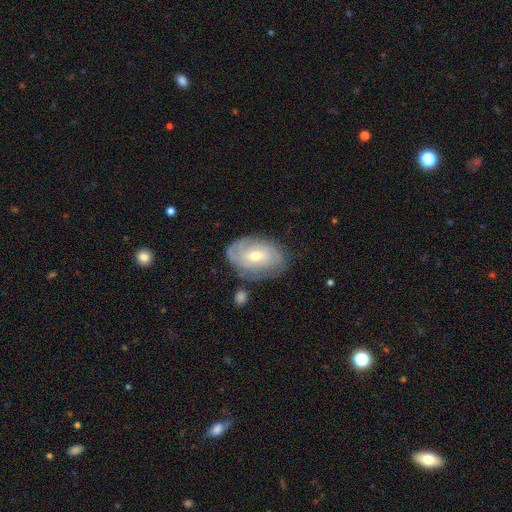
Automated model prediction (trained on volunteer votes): smooth-or-featured: featured or disk: 74% | smooth: 20% | star or artifact: 6%
  disk-edge-on: no: 95% | yes: 5%
    bar: weak: 48% | no: 40% | strong: 12%
    has-spiral-arms: yes: 86% | no: 14%
      spiral-winding: tight: 69% | medium: 24% | loose: 8%
      spiral-arm-count: can't tell: 44% | 2: 29% | 3: 13% | 4: 6% | 1: 4% | more than 4: 3%
    bulge-size: moderate: 58% | small: 39% | large: 2% | none: 1% | dominant: 1%
  merging: none: 72% | minor disturbance: 19% | major disturbance: 6% | merger: 3%